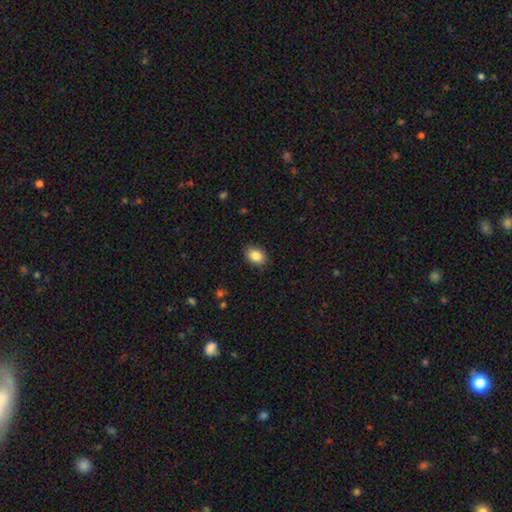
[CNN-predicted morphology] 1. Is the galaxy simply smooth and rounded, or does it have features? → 87% smooth, 8% star or artifact, 5% featured or disk.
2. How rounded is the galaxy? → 75% in between, 24% round, 1% cigar-shaped.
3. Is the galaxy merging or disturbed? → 88% none, 9% minor disturbance, 2% major disturbance, 1% merger.